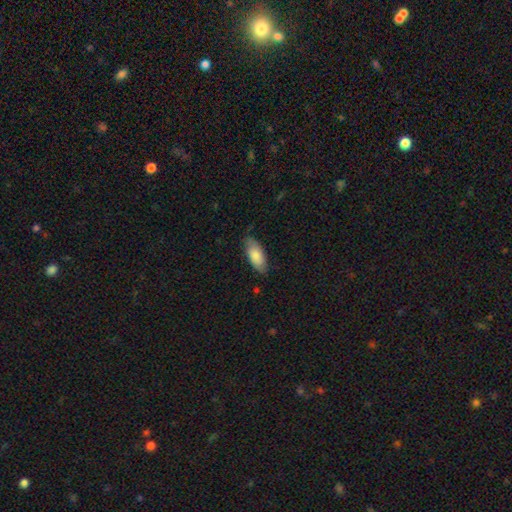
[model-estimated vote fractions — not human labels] The model was most divided on "merging": none: 78%, minor disturbance: 18%, major disturbance: 3%, merger: 1%. More confident: how rounded — in between (85%); smooth or featured — smooth (84%).